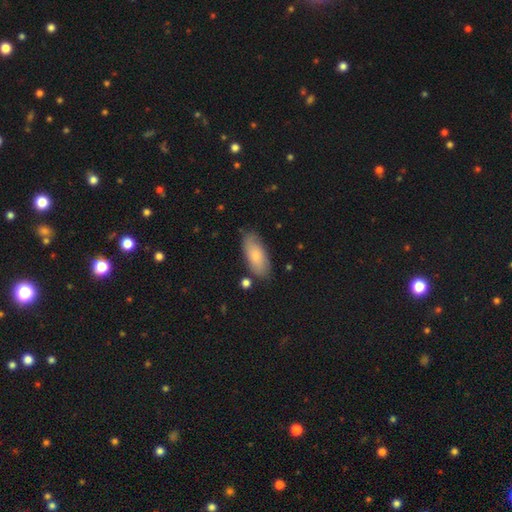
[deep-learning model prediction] Smooth or featured? Predicted: smooth (p=0.81). How rounded? Predicted: in between (p=0.83). Merging? Predicted: none (p=0.77).